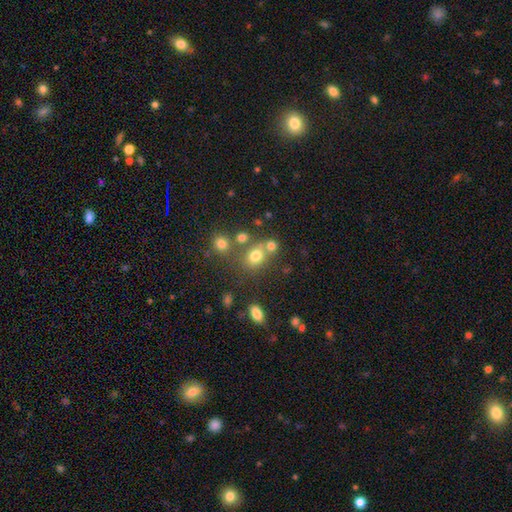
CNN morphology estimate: smooth_or_featured: smooth (p=0.72) [alt: star or artifact p=0.17]
how_rounded: round (p=0.64) [alt: in between p=0.35]
merging: none (p=0.54) [alt: merger p=0.28]